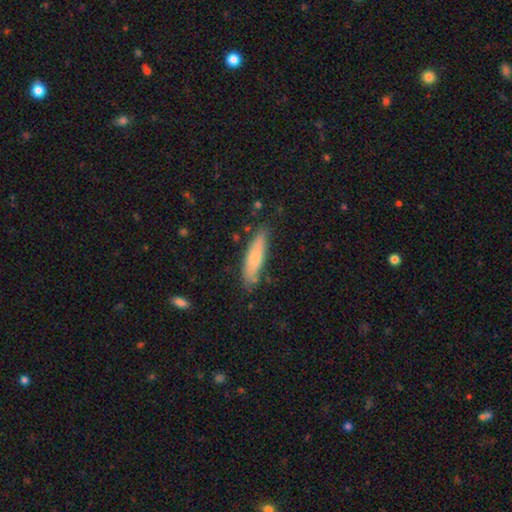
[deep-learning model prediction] Smooth or featured: smooth — 73% (featured or disk — 21%)
How rounded: cigar-shaped — 69% (in between — 29%)
Merging: none — 79% (minor disturbance — 15%)